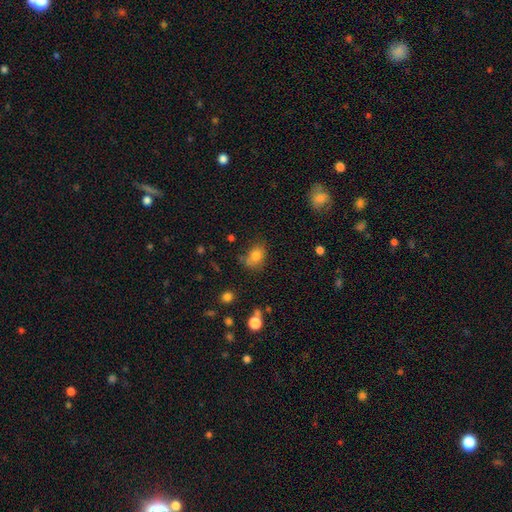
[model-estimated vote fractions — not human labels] Smooth or featured?
  - smooth: 79% *
  - star or artifact: 12%
  - featured or disk: 9%
How rounded?
  - in between: 64% *
  - round: 35%
  - cigar-shaped: 1%
Merging?
  - none: 61% *
  - minor disturbance: 24%
  - merger: 8%
  - major disturbance: 7%